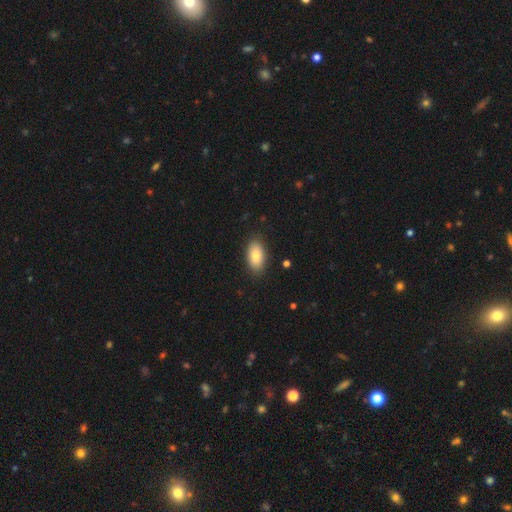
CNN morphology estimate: Q: Smooth or featured?
A: smooth (85%); runner-up: featured or disk (9%)
Q: How rounded?
A: in between (93%); runner-up: round (4%)
Q: Merging?
A: none (87%); runner-up: minor disturbance (10%)